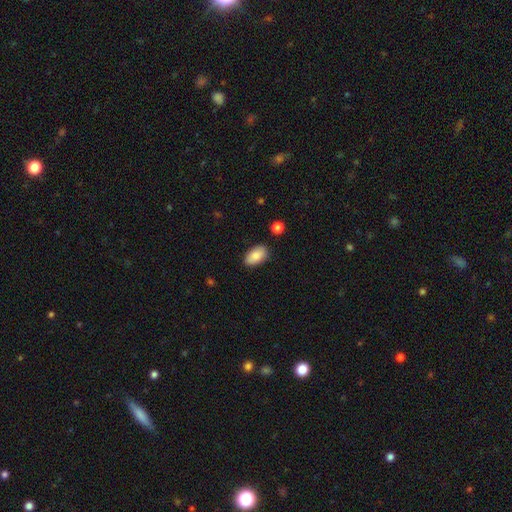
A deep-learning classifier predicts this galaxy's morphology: Smooth or featured: smooth — 85% (featured or disk — 8%)
How rounded: in between — 94% (round — 4%)
Merging: none — 85% (minor disturbance — 11%)